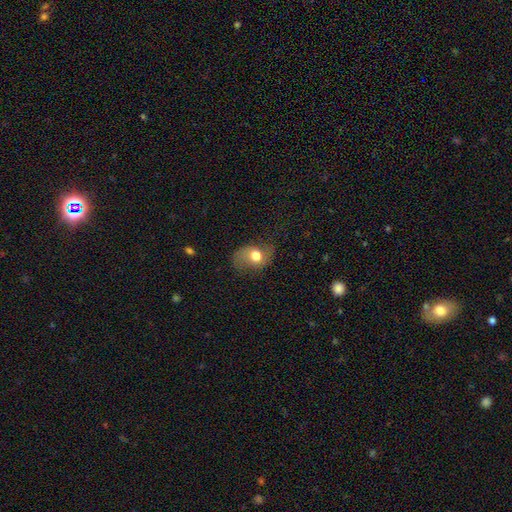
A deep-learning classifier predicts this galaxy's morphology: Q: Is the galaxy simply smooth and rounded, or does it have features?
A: smooth — 63%.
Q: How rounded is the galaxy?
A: in between — 70%.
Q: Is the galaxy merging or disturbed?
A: none — 51%.